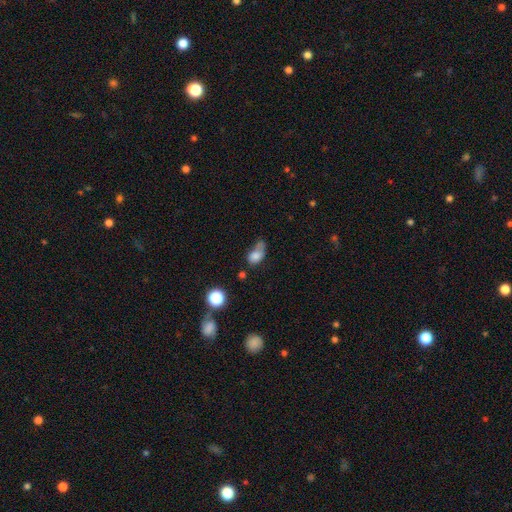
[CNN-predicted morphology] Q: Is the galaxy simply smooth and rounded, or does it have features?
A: smooth — 74%.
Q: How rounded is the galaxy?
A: in between — 77%.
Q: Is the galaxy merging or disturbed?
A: none — 28%.